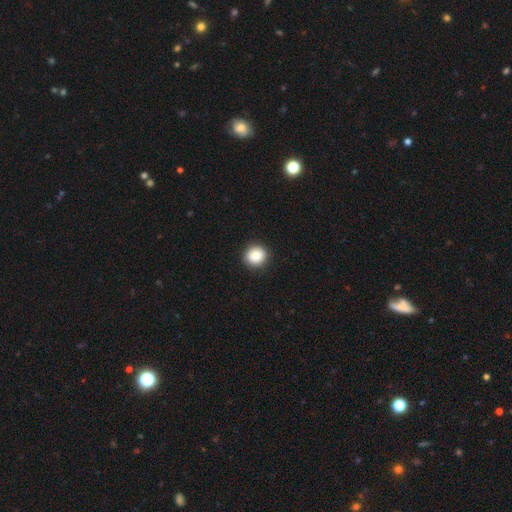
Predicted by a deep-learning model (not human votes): Smooth or featured: smooth — 87% (star or artifact — 9%)
How rounded: round — 93% (in between — 6%)
Merging: none — 92% (minor disturbance — 6%)